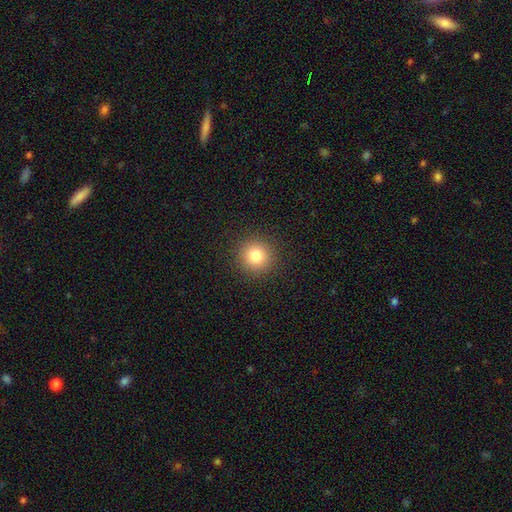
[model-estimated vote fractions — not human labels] A smooth galaxy with no disk features (83%) that is round (94%). Merging: none (91%).